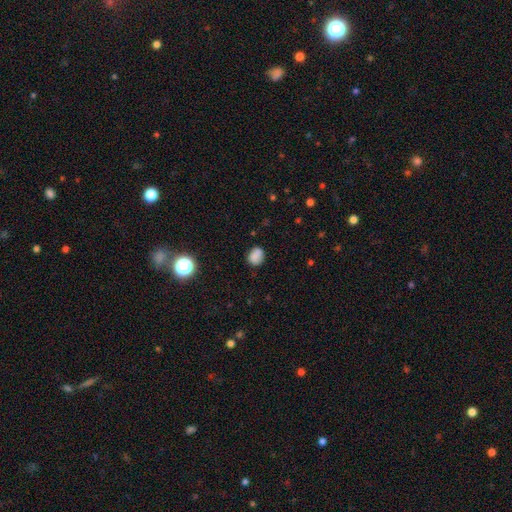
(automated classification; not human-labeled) The model was most divided on "how rounded": round: 57%, in between: 42%, cigar-shaped: 1%. More confident: smooth or featured — smooth (81%); merging — none (78%).